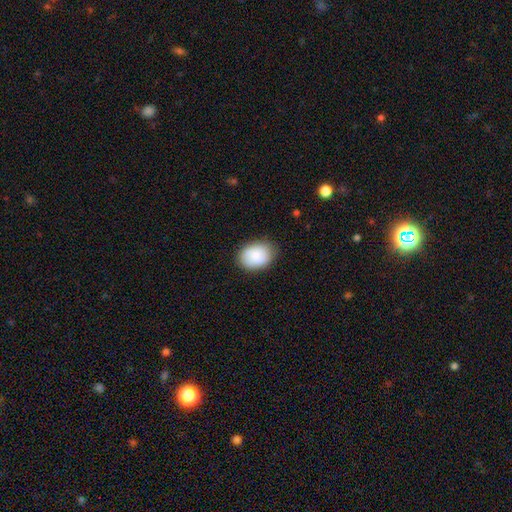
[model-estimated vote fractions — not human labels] smooth_or_featured: smooth (p=0.80) [alt: featured or disk p=0.13]
how_rounded: in between (p=0.69) [alt: round p=0.30]
merging: none (p=0.81) [alt: minor disturbance p=0.14]